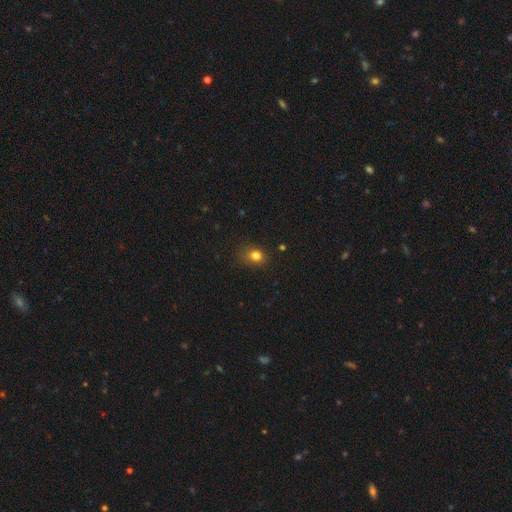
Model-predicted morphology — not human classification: Smooth or featured?
  - smooth: 80% *
  - star or artifact: 14%
  - featured or disk: 6%
How rounded?
  - round: 58% *
  - in between: 41%
  - cigar-shaped: 1%
Merging?
  - none: 77% *
  - minor disturbance: 17%
  - major disturbance: 5%
  - merger: 2%